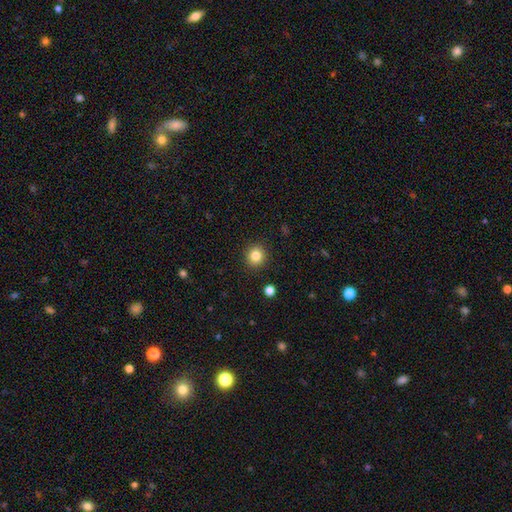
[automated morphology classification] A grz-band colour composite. It shows a smooth galaxy with no disk features (83%) that is round (92%). Merging: none (92%).